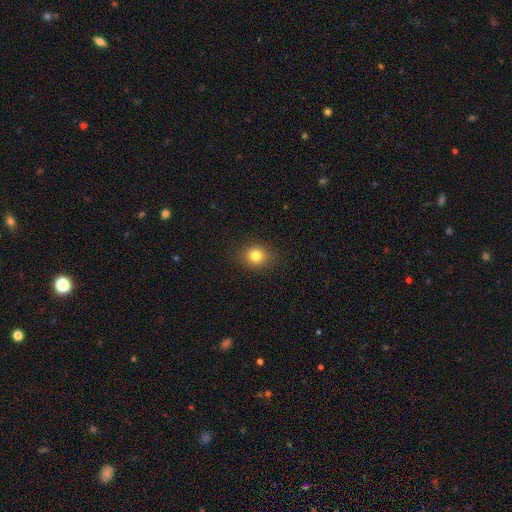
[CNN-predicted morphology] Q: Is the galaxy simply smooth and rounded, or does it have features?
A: smooth — 81%.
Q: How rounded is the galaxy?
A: round — 71%.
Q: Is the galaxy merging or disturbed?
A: none — 88%.